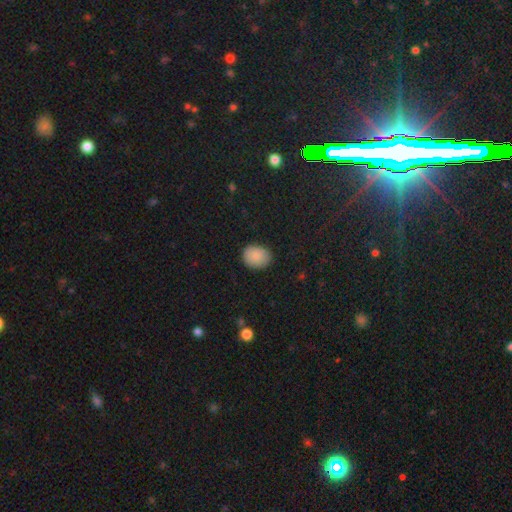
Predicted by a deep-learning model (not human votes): smooth 86%, star or artifact 8%, featured or disk 5%. Down the decision tree: how rounded — round (54%); merging — none (85%).